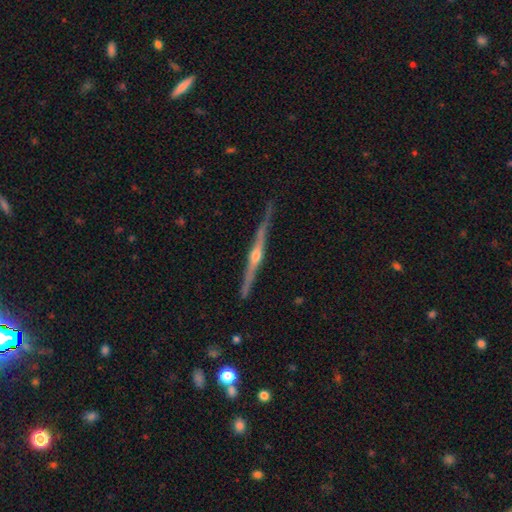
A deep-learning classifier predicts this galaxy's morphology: A featured or disk galaxy (84%) viewed edge-on (98%) with a rounded central bulge (91%).

Vote fractions:
- Smooth or featured? featured or disk: 84% / smooth: 11% / star or artifact: 5%
- Edge-on disk? yes: 98% / no: 2%
- Edge-on bulge? rounded: 91% / none: 6% / boxy: 3%
- Merging? none: 82% / minor disturbance: 14% / major disturbance: 2% / merger: 2%